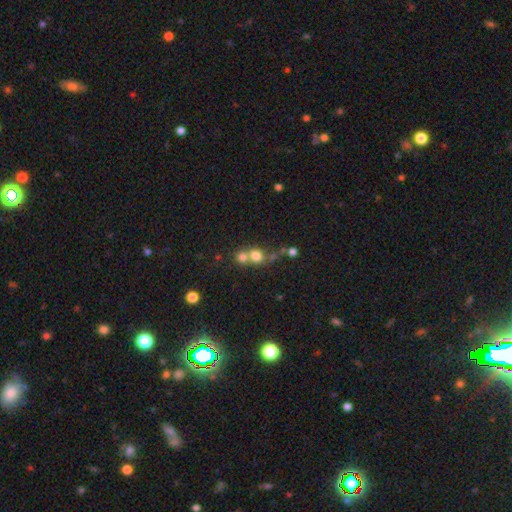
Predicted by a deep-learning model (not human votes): Q: Smooth or featured?
A: smooth (73%); runner-up: star or artifact (14%)
Q: How rounded?
A: round (82%); runner-up: in between (17%)
Q: Merging?
A: merger (56%); runner-up: none (35%)